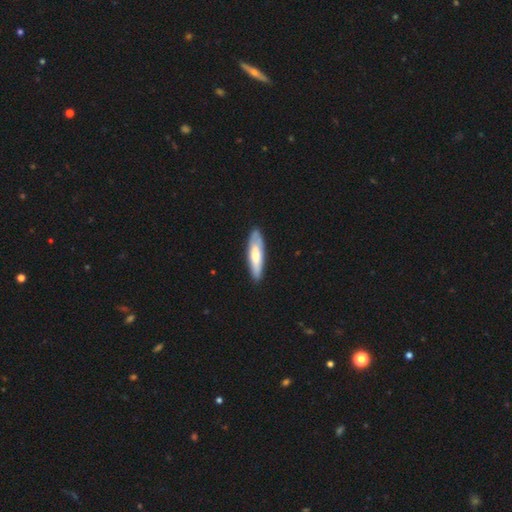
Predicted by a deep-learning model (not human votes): Morphology: type=smooth (63%); roundness=cigar-shaped (67%); merging=none (82%).